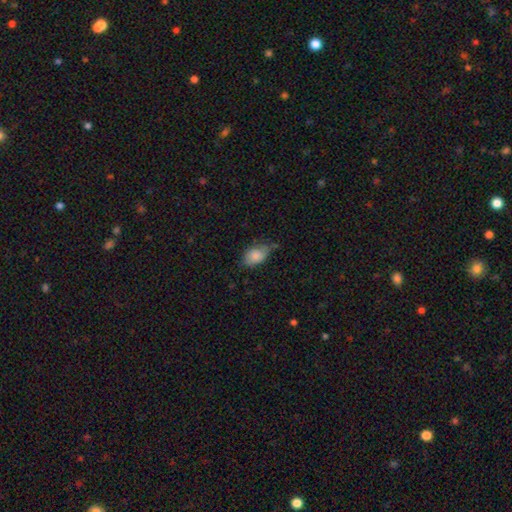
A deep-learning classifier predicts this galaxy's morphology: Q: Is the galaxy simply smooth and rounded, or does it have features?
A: smooth — 84%.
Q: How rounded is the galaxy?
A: in between — 86%.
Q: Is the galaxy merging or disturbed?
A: none — 52%.